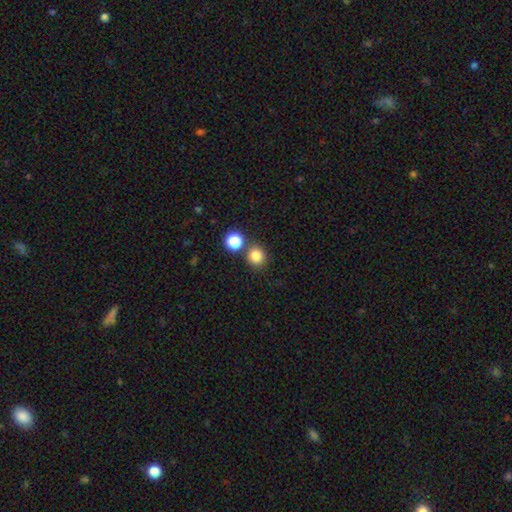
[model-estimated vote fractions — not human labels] smooth 83%, star or artifact 12%, featured or disk 5%. Down the decision tree: how rounded — round (88%); merging — none (74%).